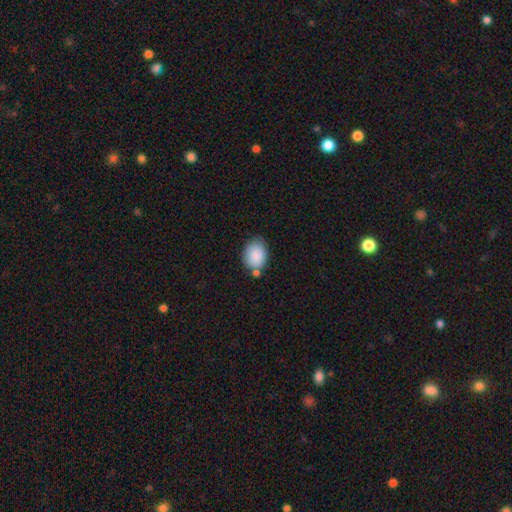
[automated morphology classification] Q: Smooth or featured?
A: smooth (87%); runner-up: star or artifact (7%)
Q: How rounded?
A: in between (63%); runner-up: round (36%)
Q: Merging?
A: none (63%); runner-up: minor disturbance (19%)